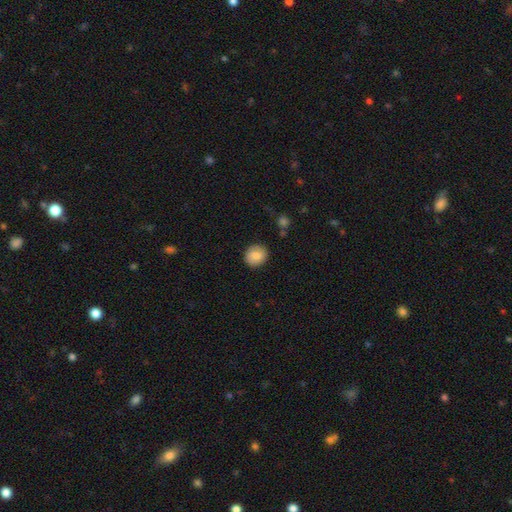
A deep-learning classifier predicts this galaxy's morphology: Smooth or featured: smooth — 83% (featured or disk — 9%)
How rounded: round — 77% (in between — 22%)
Merging: none — 87% (minor disturbance — 9%)